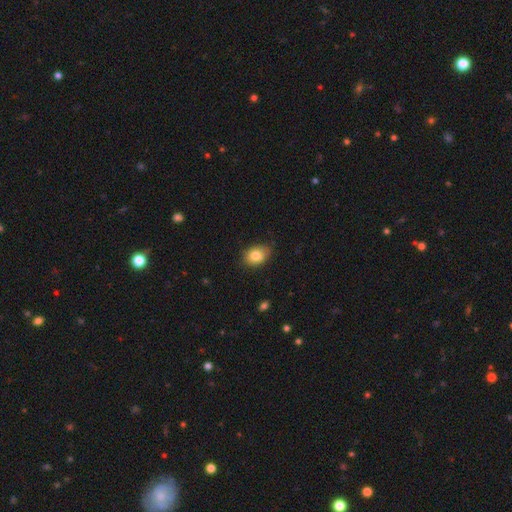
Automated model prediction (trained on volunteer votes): This is clearly a smooth galaxy (82%). How rounded: likely in between (75%). Merging: likely none (76%).